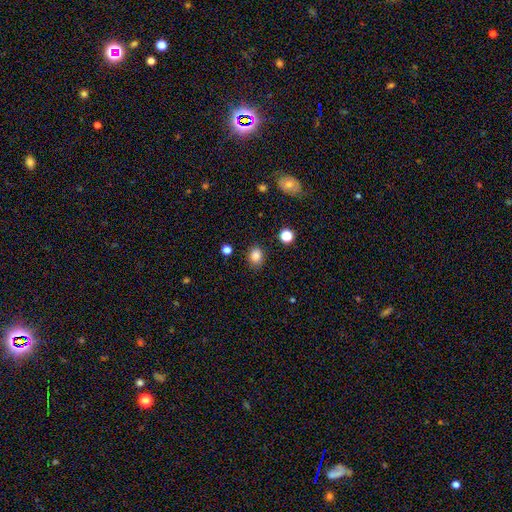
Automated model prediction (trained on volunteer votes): Smooth or featured?
  - smooth: 84% *
  - star or artifact: 11%
  - featured or disk: 4%
How rounded?
  - in between: 50% *
  - round: 49%
  - cigar-shaped: 1%
Merging?
  - none: 85% *
  - minor disturbance: 10%
  - major disturbance: 3%
  - merger: 2%